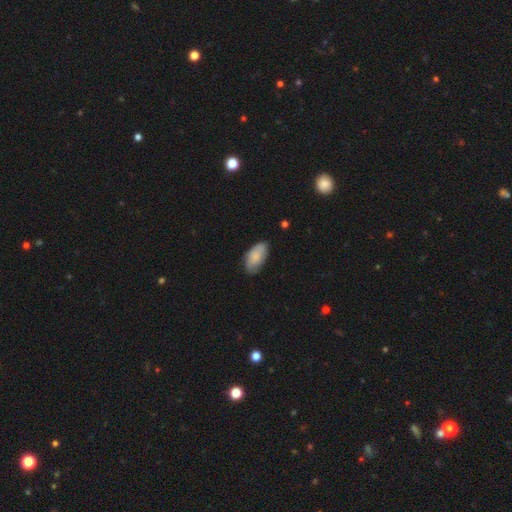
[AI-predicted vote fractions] A smooth galaxy with no disk features (77%) that is in between round and cigar-shaped (94%). Merging: none (72%).